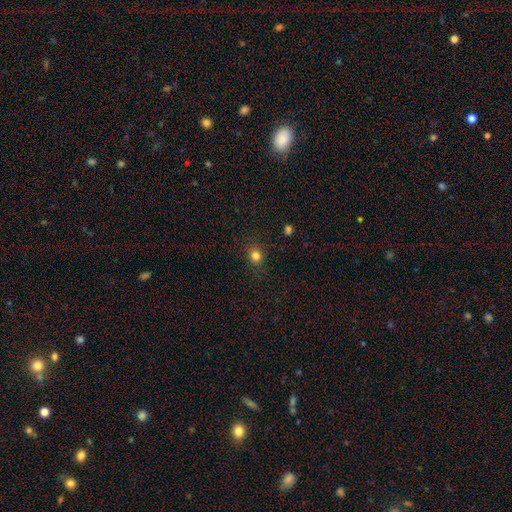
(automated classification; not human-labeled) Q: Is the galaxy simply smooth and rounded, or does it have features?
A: smooth — 80%.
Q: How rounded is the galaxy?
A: round — 79%.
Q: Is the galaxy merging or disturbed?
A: none — 86%.